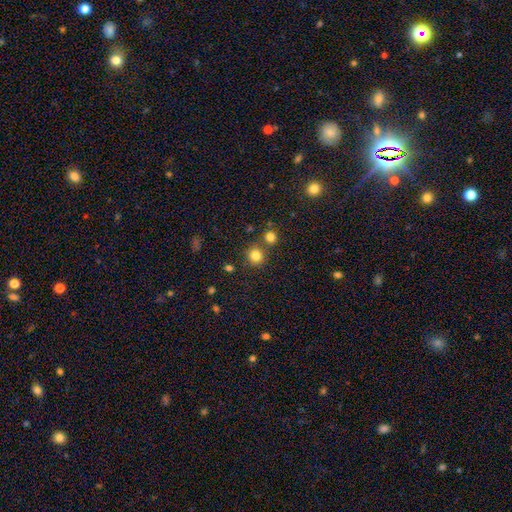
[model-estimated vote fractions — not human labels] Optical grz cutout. It shows a smooth galaxy with no disk features (81%) that is round (90%). Merging: none (75%).